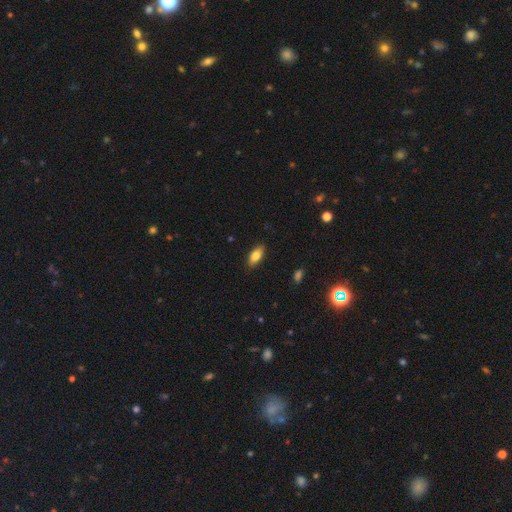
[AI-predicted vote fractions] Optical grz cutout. It shows a smooth galaxy with no disk features (82%) that is in between round and cigar-shaped (84%). Merging: none (87%).